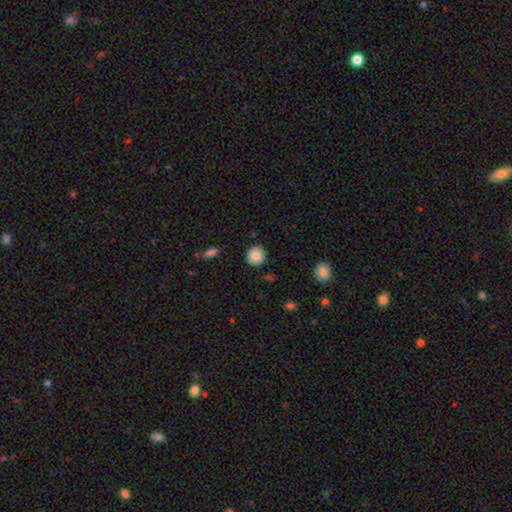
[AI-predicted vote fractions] This appears to be a smooth galaxy with no disk features (78%) that is round (87%). Merging: none (87%).